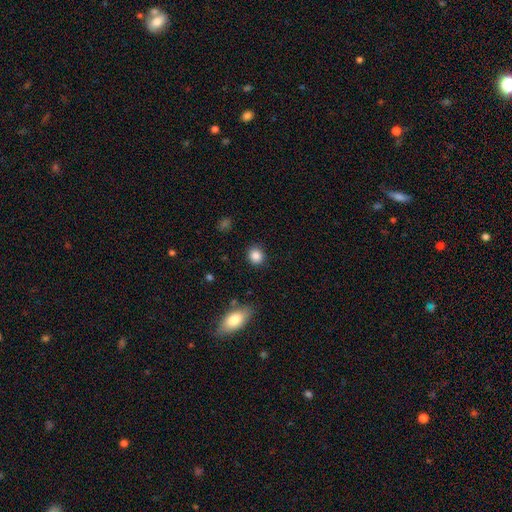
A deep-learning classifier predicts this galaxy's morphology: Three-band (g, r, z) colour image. It shows a smooth galaxy with no disk features (86%) that is round (81%). Merging: none (87%).